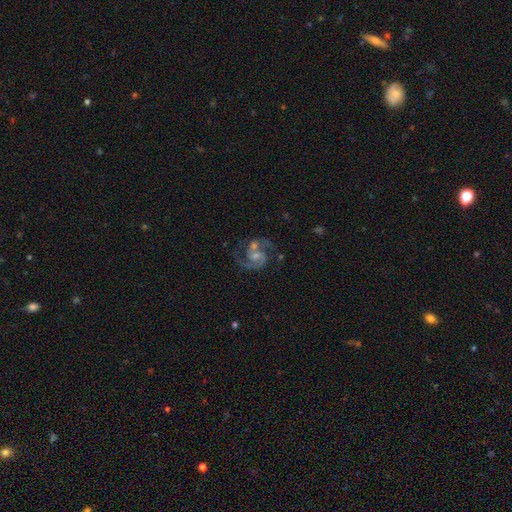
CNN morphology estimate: smooth_or_featured: featured or disk (p=0.89) [alt: star or artifact p=0.07]
disk_edge_on: no (p=0.98) [alt: yes p=0.02]
bar: no (p=0.47) [alt: weak p=0.42]
has_spiral_arms: yes (p=0.98) [alt: no p=0.02]
spiral_winding: medium (p=0.63) [alt: tight p=0.20]
spiral_arm_count: 2 (p=0.91) [alt: 3 p=0.02]
bulge_size: small (p=0.51) [alt: moderate p=0.37]
merging: none (p=0.64) [alt: minor disturbance p=0.14]